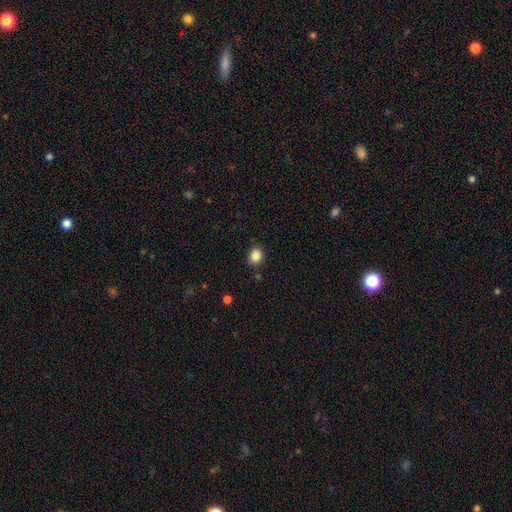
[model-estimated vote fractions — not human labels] Overall: smooth (85%). How rounded: round (57%; in between 42%). Merging: none (86%).